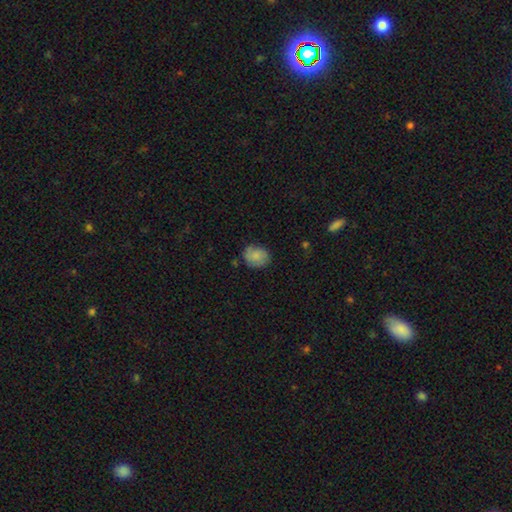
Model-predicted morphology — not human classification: The model was most divided on "how rounded": round: 60%, in between: 39%, cigar-shaped: 1%. More confident: smooth or featured — smooth (74%); merging — none (72%).